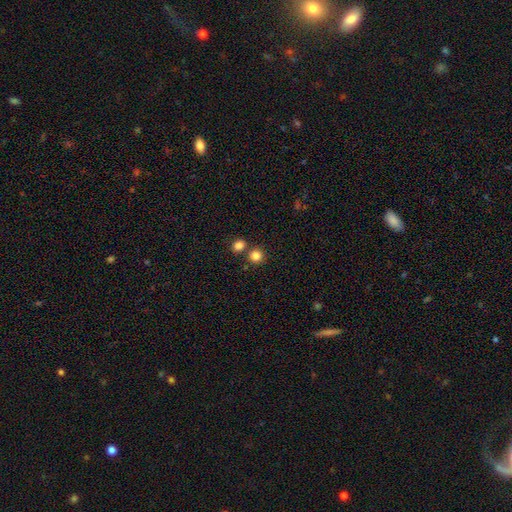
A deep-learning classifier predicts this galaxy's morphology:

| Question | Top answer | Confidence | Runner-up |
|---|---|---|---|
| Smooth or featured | smooth | 83% | star or artifact (12%) |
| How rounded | round | 92% | in between (8%) |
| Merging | none | 73% | merger (18%) |